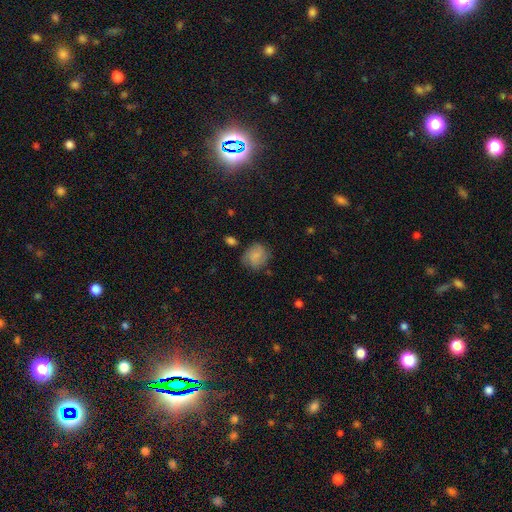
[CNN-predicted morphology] This appears to be a smooth galaxy with no disk features (67%) that is round (67%). Merging: none (69%).